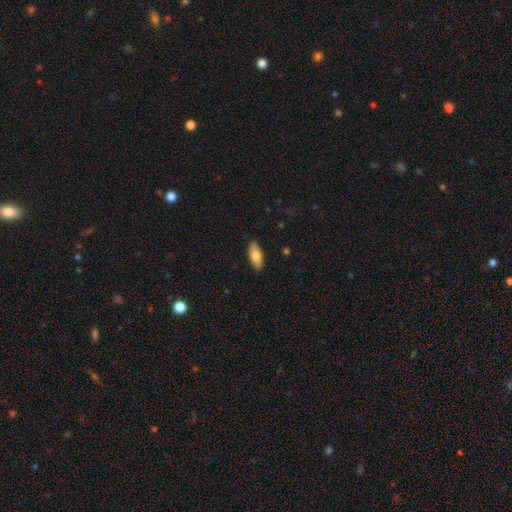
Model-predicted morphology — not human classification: type=smooth (81%); roundness=in between (76%); merging=none (89%).